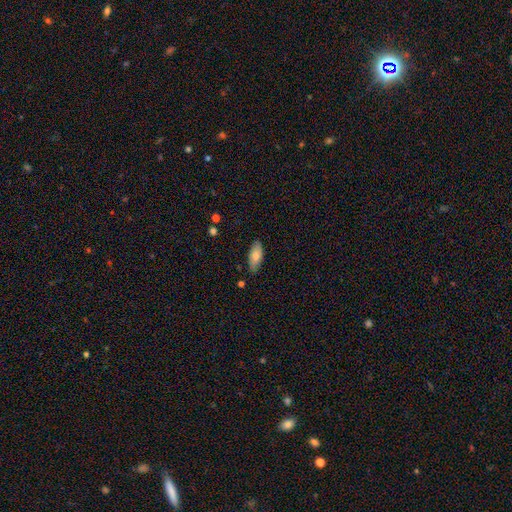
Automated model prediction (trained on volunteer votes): smooth-or-featured: smooth: 78% | featured or disk: 16% | star or artifact: 6%
  how-rounded: in between: 81% | cigar-shaped: 17% | round: 2%
  merging: none: 83% | minor disturbance: 13% | major disturbance: 2% | merger: 2%